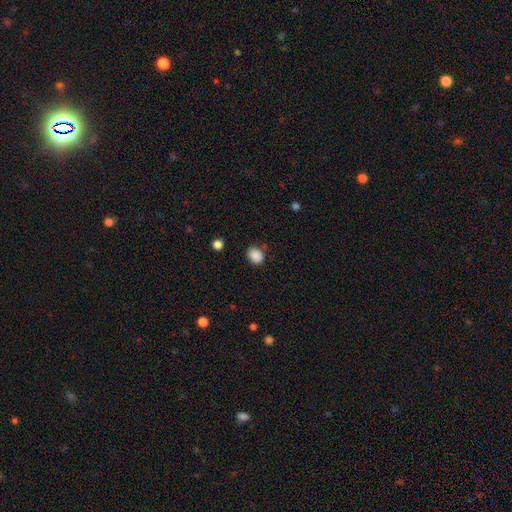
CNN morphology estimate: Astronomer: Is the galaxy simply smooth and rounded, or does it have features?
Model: smooth — 88%.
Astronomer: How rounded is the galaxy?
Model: in between — 59% (runner-up: round, 40%).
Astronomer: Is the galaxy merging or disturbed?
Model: none — 79%.